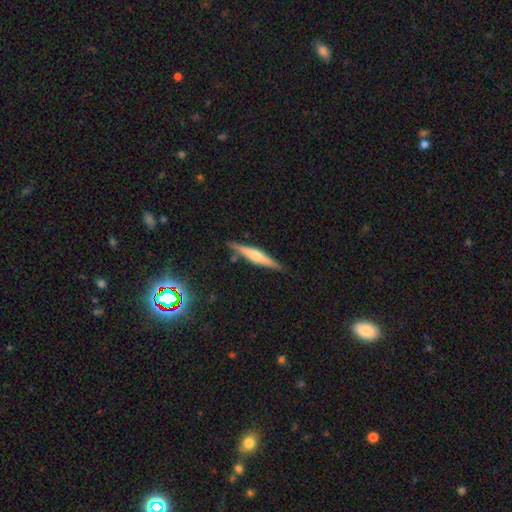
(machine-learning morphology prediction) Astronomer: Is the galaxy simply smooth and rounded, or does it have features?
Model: featured or disk — 58% (runner-up: smooth, 36%).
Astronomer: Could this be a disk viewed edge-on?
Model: yes — 96%.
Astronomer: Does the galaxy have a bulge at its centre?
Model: rounded — 76%.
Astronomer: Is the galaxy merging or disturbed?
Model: none — 85%.